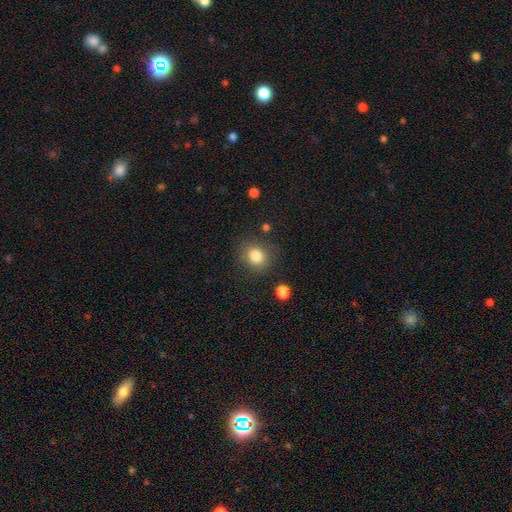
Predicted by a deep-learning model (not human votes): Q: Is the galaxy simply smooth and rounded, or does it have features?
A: smooth — 82%.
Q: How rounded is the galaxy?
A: round — 79%.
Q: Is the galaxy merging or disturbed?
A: none — 82%.